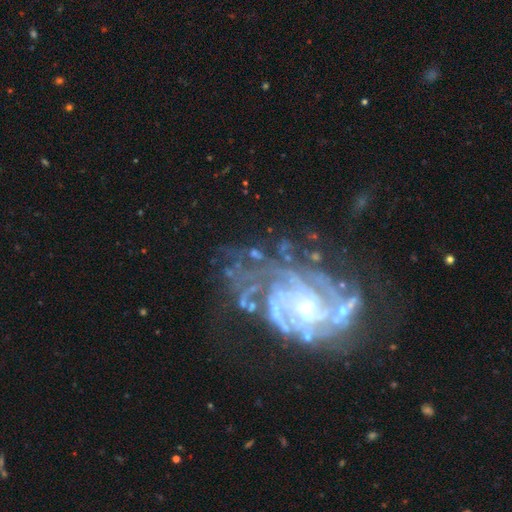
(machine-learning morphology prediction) The model was most divided on "spiral arm count": can't tell: 26%, 4: 20%, 3: 17%, more than 4: 15%, 2: 14%, 1: 8%. More confident: edge-on disk — no (97%); spiral arms — yes (97%); smooth or featured — featured or disk (88%); bulge size — small (68%); spiral winding — tight (64%); bar — no (61%); merging — none (52%).